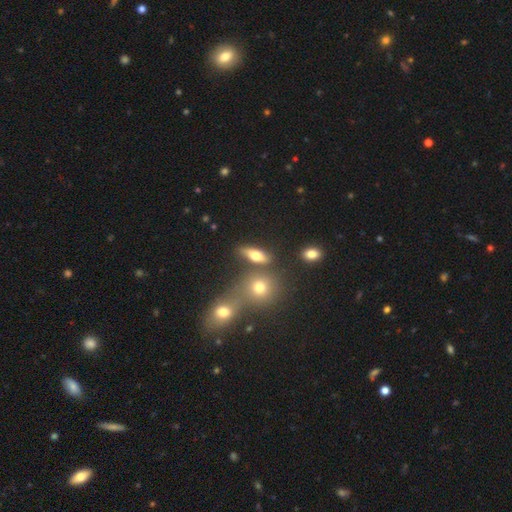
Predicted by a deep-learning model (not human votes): smooth_or_featured: smooth (p=0.64) [alt: featured or disk p=0.24]
how_rounded: in between (p=0.62) [alt: cigar-shaped p=0.24]
merging: none (p=0.66) [alt: merger p=0.16]